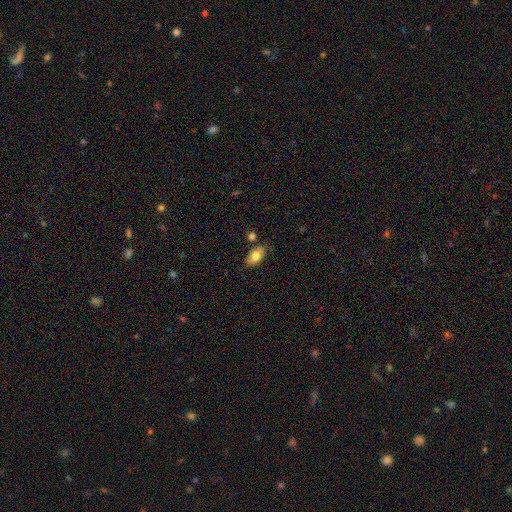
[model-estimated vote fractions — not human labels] This appears to be a smooth galaxy with no disk features (76%) that is in between round and cigar-shaped (92%). Merging: none (75%).